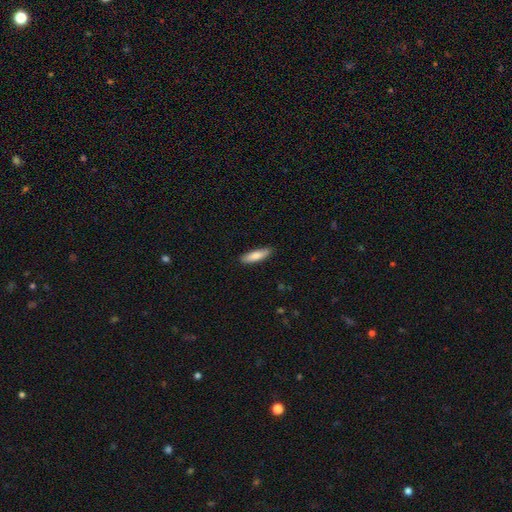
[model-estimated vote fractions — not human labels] This is clearly a smooth galaxy (81%). How rounded: possibly cigar-shaped (60%). Merging: clearly none (85%).